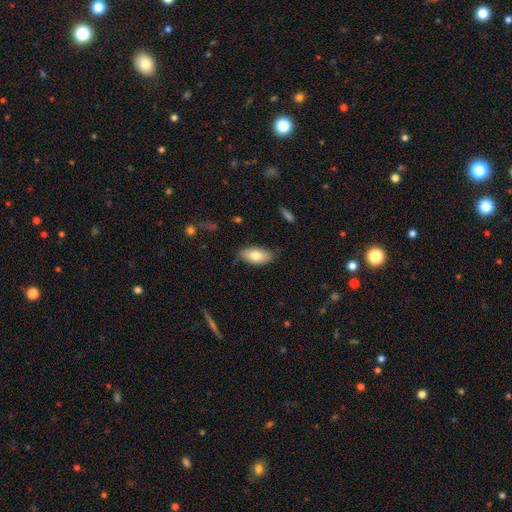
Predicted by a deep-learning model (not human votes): smooth-or-featured: smooth: 77% | featured or disk: 17% | star or artifact: 6%
  how-rounded: in between: 93% | cigar-shaped: 4% | round: 3%
  merging: none: 78% | minor disturbance: 18% | major disturbance: 3% | merger: 1%